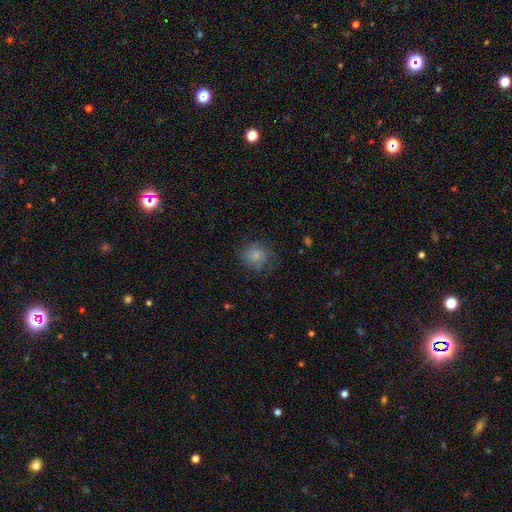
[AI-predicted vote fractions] smooth-or-featured: smooth: 75% | featured or disk: 16% | star or artifact: 9%
  how-rounded: round: 84% | in between: 15% | cigar-shaped: 1%
  merging: none: 67% | minor disturbance: 21% | major disturbance: 11% | merger: 1%